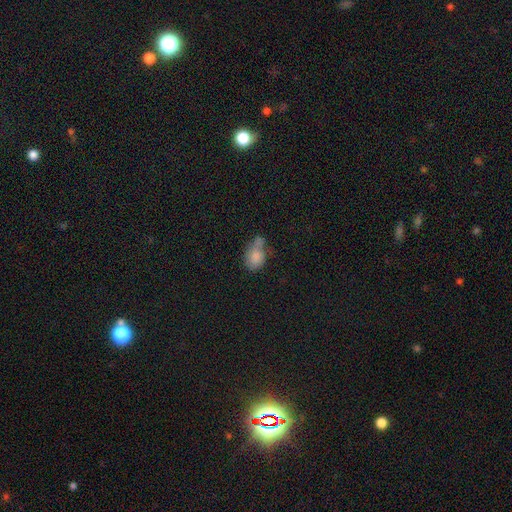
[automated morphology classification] smooth 80%, featured or disk 11%, star or artifact 9%. Down the decision tree: how rounded — in between (64%); merging — merger (33%).